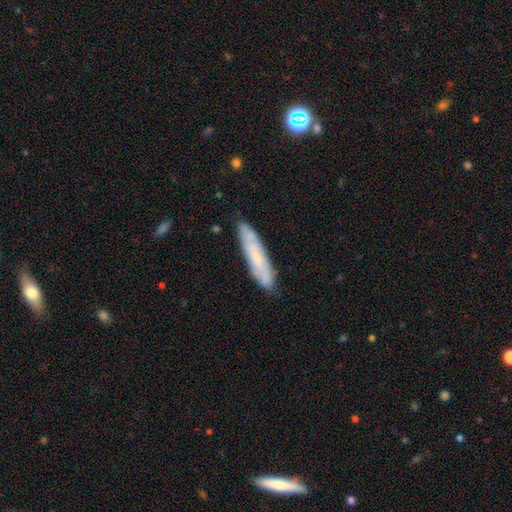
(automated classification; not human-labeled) Q: Smooth or featured?
A: smooth (57%); runner-up: featured or disk (35%)
Q: How rounded?
A: cigar-shaped (83%); runner-up: in between (15%)
Q: Merging?
A: none (82%); runner-up: minor disturbance (14%)